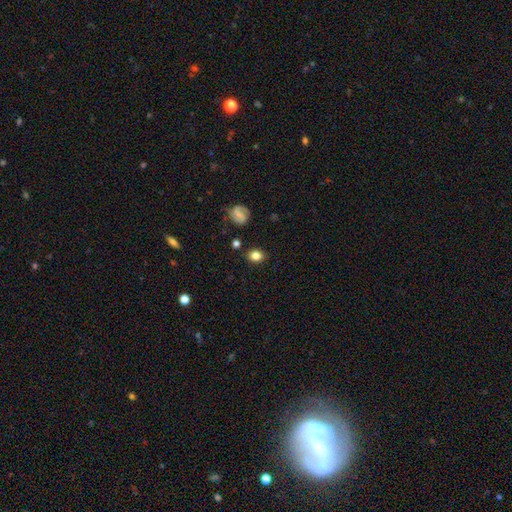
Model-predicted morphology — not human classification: Q: Smooth or featured?
A: smooth (80%); runner-up: star or artifact (10%)
Q: How rounded?
A: round (54%); runner-up: in between (45%)
Q: Merging?
A: none (84%); runner-up: minor disturbance (10%)